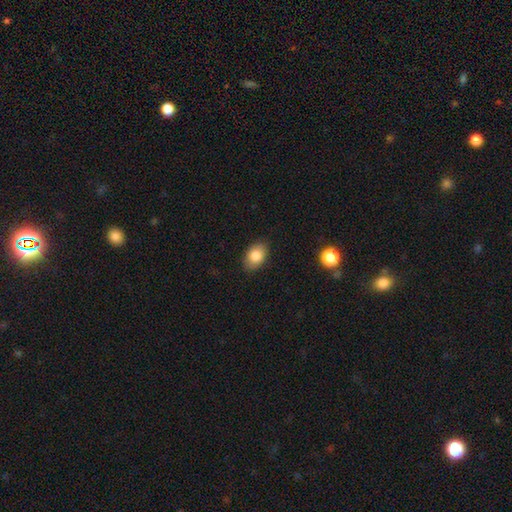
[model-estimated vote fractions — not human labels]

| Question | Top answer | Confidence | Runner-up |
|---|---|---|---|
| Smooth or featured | smooth | 84% | featured or disk (9%) |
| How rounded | in between | 84% | round (14%) |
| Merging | none | 87% | minor disturbance (10%) |